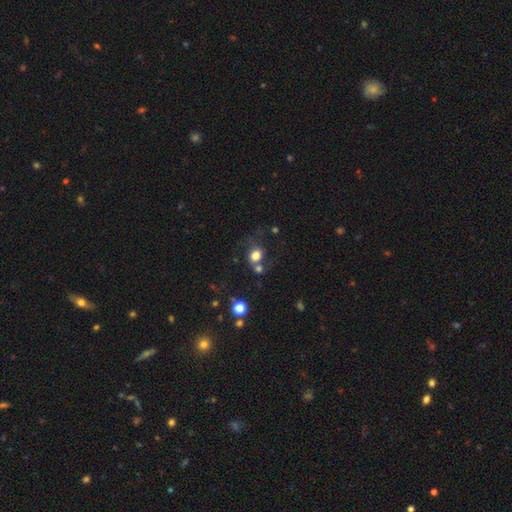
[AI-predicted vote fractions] Morphology: type=smooth (77%); roundness=round (67%); merging=none (49%).